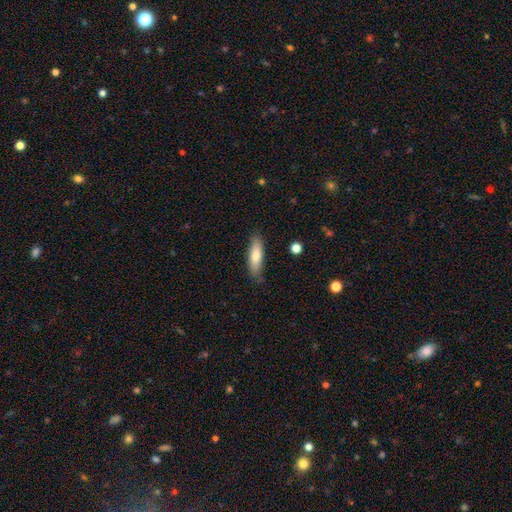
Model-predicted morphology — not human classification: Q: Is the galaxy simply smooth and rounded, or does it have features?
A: smooth — 72%.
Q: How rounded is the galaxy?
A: cigar-shaped — 55%.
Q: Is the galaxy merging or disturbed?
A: none — 83%.